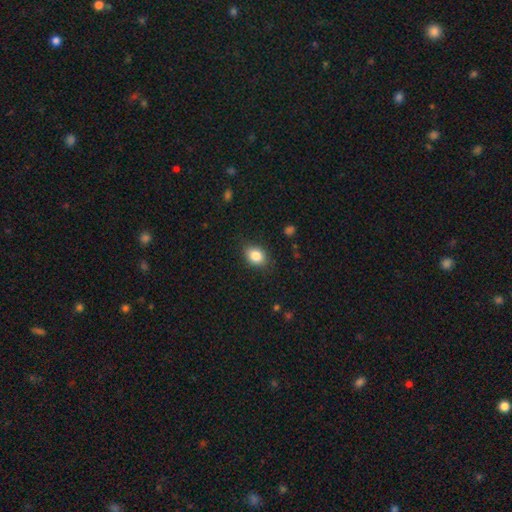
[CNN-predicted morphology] Smooth or featured? Predicted: smooth (p=0.85). How rounded? Predicted: in between (p=0.71). Merging? Predicted: none (p=0.84).